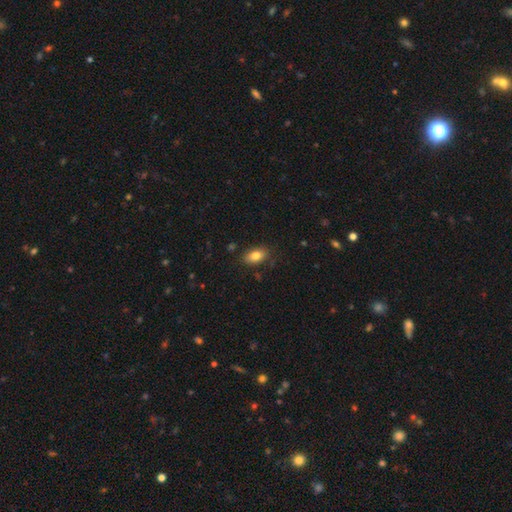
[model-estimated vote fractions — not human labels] Smooth or featured? Predicted: smooth (p=0.81). How rounded? Predicted: in between (p=0.89). Merging? Predicted: none (p=0.81).